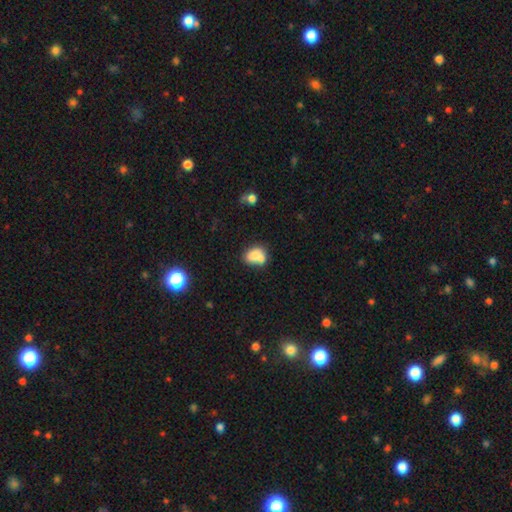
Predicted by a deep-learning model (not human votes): Q: Smooth or featured?
A: smooth (75%); runner-up: featured or disk (16%)
Q: How rounded?
A: in between (66%); runner-up: round (33%)
Q: Merging?
A: merger (50%); runner-up: none (32%)